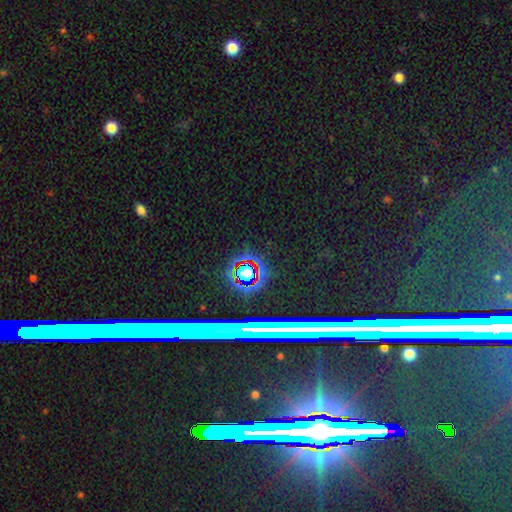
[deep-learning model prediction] Smooth or featured: star or artifact — 79% (featured or disk — 12%)